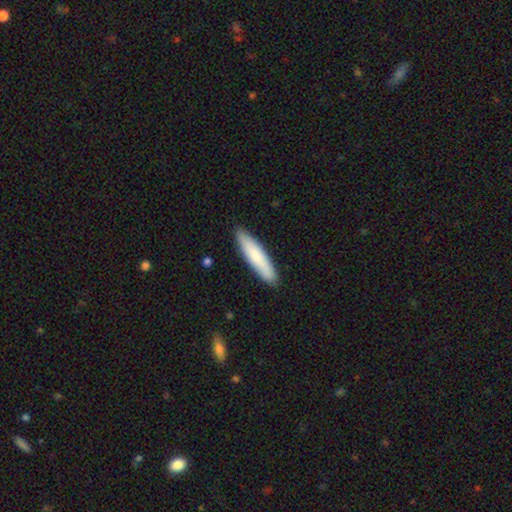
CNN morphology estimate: This is likely a smooth galaxy (74%). How rounded: likely cigar-shaped (80%). Merging: clearly none (89%).